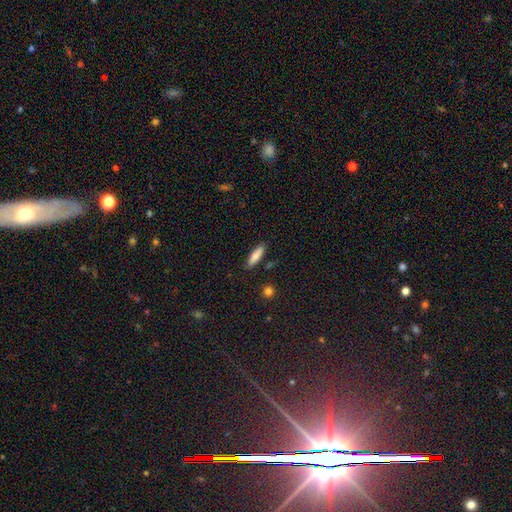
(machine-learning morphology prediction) This appears to be a smooth galaxy with no disk features (79%) that is cigar-shaped (61%). Merging: none (86%).